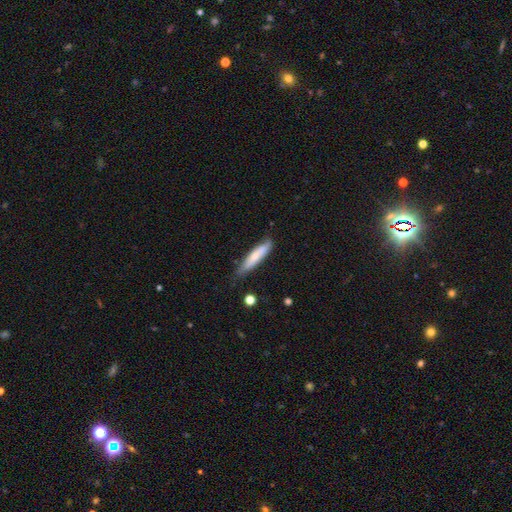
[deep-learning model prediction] Smooth or featured? Predicted: smooth (p=0.67). How rounded? Predicted: cigar-shaped (p=0.82). Merging? Predicted: none (p=0.73).